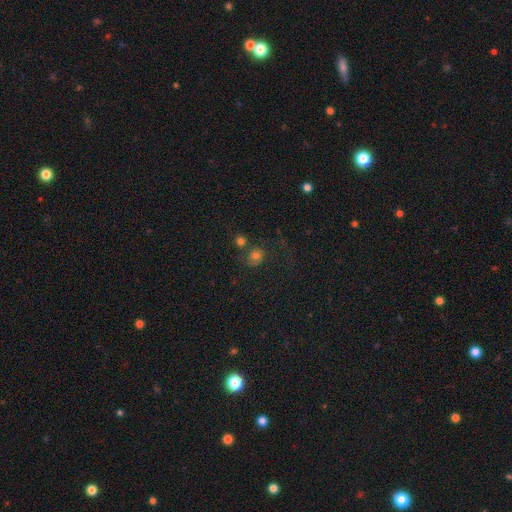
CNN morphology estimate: Smooth or featured?
  - smooth: 73% *
  - star or artifact: 17%
  - featured or disk: 10%
How rounded?
  - round: 82% *
  - in between: 17%
  - cigar-shaped: 1%
Merging?
  - none: 58% *
  - merger: 20%
  - minor disturbance: 13%
  - major disturbance: 9%